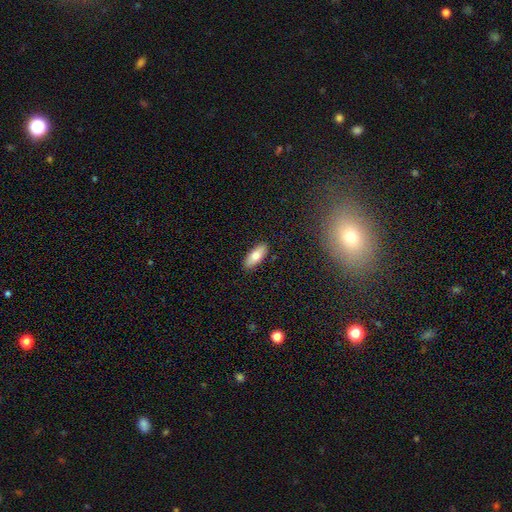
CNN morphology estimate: Q: Smooth or featured?
A: smooth (75%); runner-up: featured or disk (18%)
Q: How rounded?
A: in between (77%); runner-up: cigar-shaped (20%)
Q: Merging?
A: none (89%); runner-up: minor disturbance (8%)